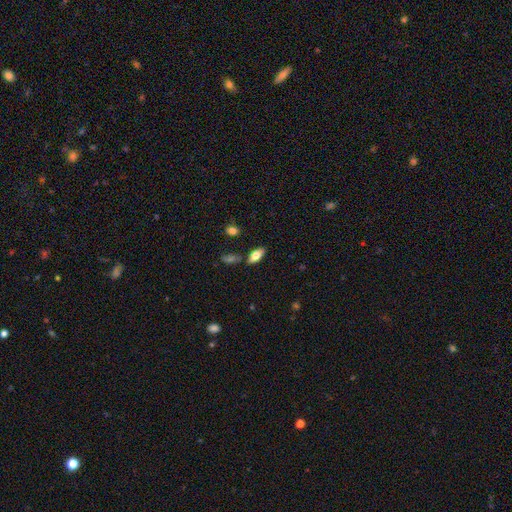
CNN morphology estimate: The model was most divided on "smooth or featured": smooth: 72%, featured or disk: 20%, star or artifact: 7%. More confident: how rounded — in between (85%); merging — none (81%).